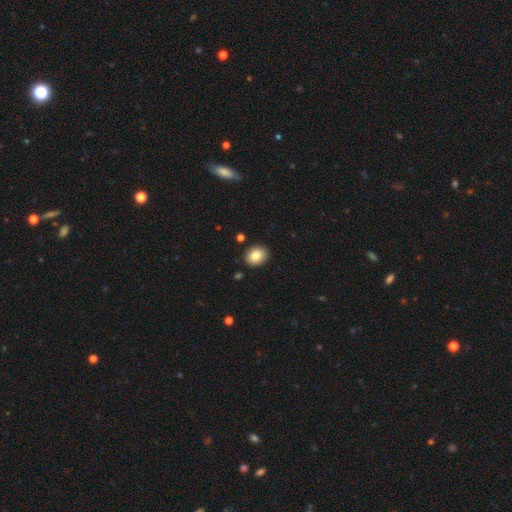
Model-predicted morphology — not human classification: smooth_or_featured: smooth (p=0.83) [alt: star or artifact p=0.09]
how_rounded: round (p=0.55) [alt: in between p=0.44]
merging: none (p=0.89) [alt: minor disturbance p=0.08]